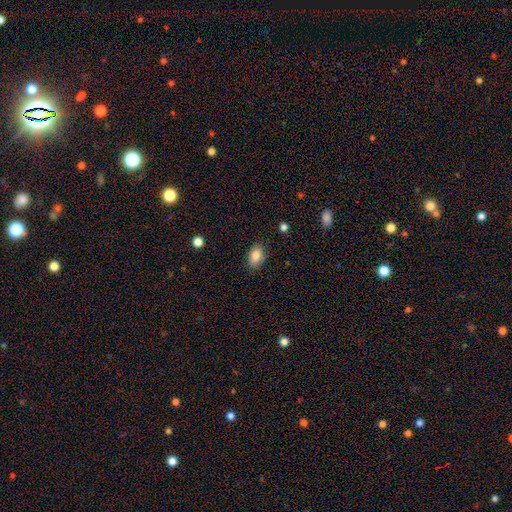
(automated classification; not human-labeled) This appears to be a smooth galaxy with no disk features (86%) that is in between round and cigar-shaped (88%). Merging: none (83%).